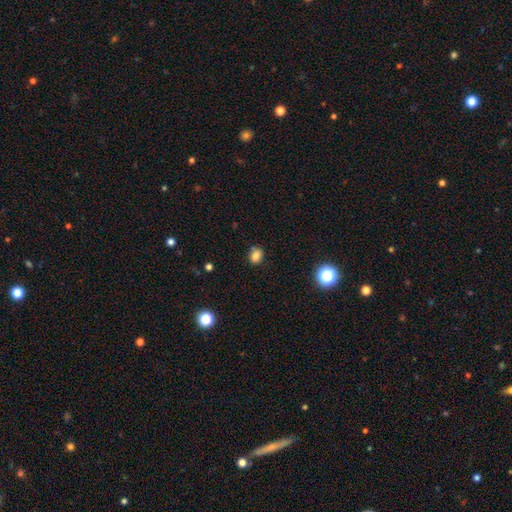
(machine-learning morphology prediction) Smooth or featured: smooth — 80% (star or artifact — 13%)
How rounded: in between — 56% (round — 43%)
Merging: none — 71% (minor disturbance — 19%)